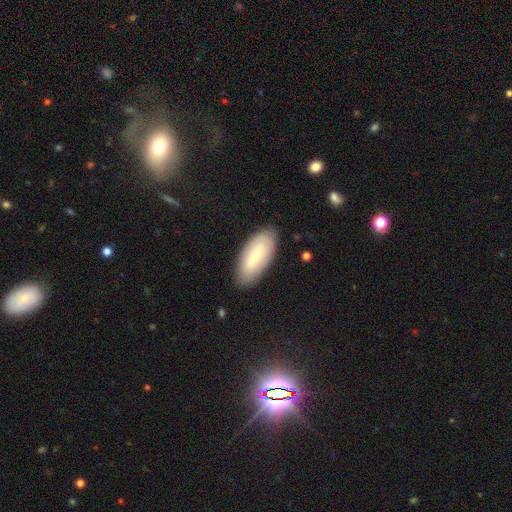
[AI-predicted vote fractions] Morphology: type=smooth (52%); roundness=in between (88%); merging=none (84%).